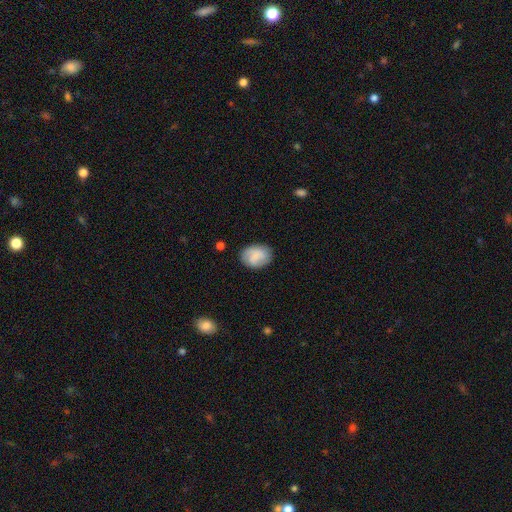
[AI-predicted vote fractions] smooth 68%, featured or disk 24%, star or artifact 8%. Down the decision tree: how rounded — in between (66%); merging — none (79%).